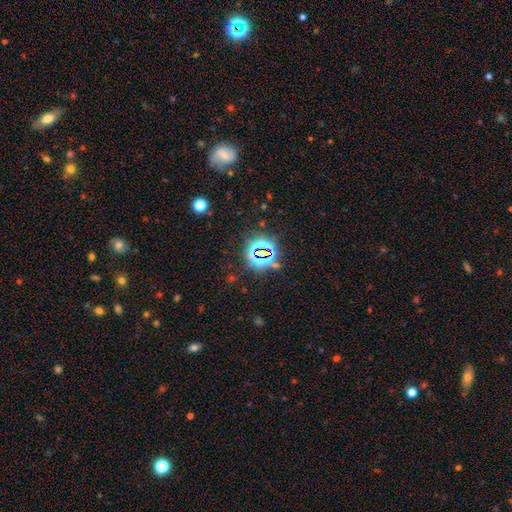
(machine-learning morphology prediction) This appears to be a star or artifact, not a galaxy (77%).